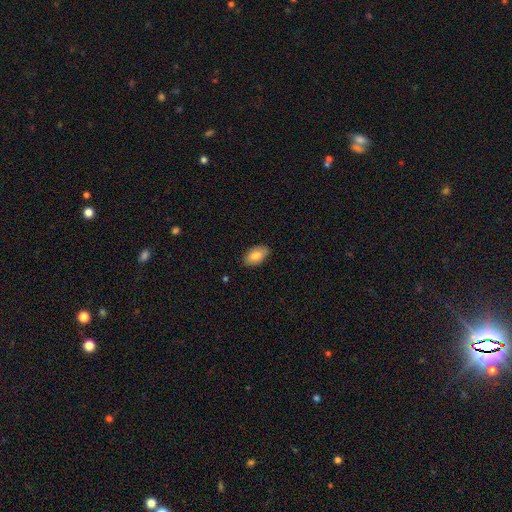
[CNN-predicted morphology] Q: Smooth or featured?
A: smooth (81%); runner-up: featured or disk (13%)
Q: How rounded?
A: in between (94%); runner-up: round (4%)
Q: Merging?
A: none (86%); runner-up: minor disturbance (11%)